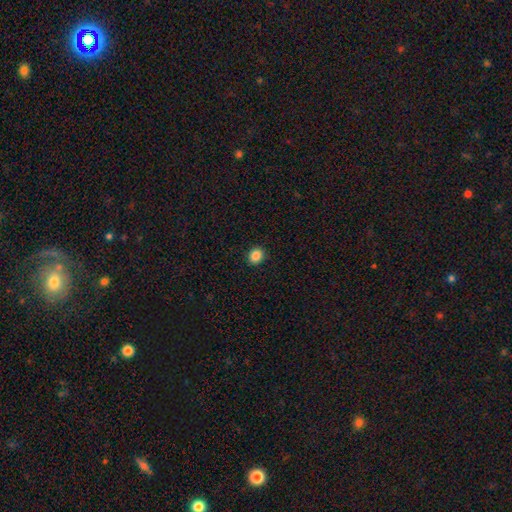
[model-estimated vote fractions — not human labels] Smooth or featured? Predicted: smooth (p=0.86). How rounded? Predicted: round (p=0.74). Merging? Predicted: none (p=0.92).